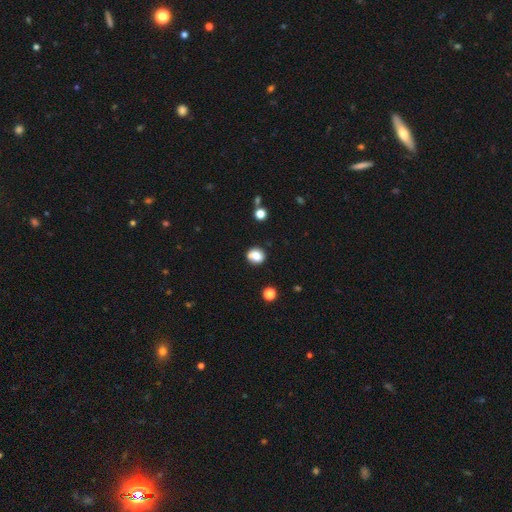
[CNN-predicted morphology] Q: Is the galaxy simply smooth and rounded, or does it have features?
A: smooth — 79%.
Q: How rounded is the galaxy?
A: round — 70%.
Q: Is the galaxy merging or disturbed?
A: none — 75%.